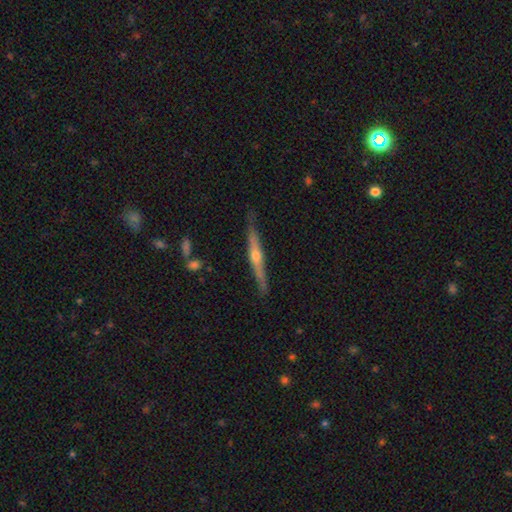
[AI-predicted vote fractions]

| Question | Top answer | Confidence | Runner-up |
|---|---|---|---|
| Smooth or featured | featured or disk | 73% | smooth (22%) |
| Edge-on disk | yes | 97% | no (3%) |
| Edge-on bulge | rounded | 88% | none (9%) |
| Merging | none | 83% | minor disturbance (12%) |